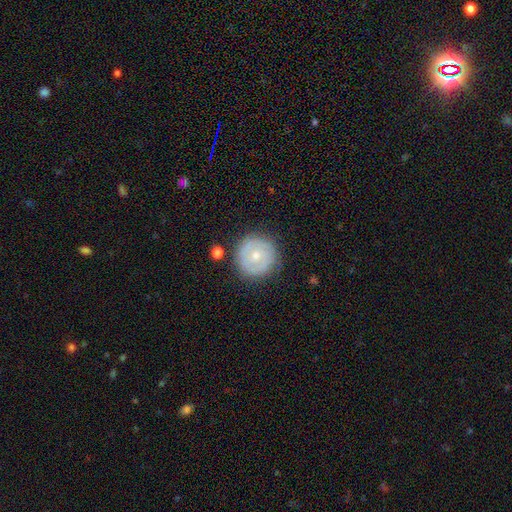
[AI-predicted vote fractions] Q: Smooth or featured?
A: featured or disk (51%); runner-up: smooth (42%)
Q: Edge-on disk?
A: no (97%); runner-up: yes (3%)
Q: Merging?
A: none (82%); runner-up: minor disturbance (12%)